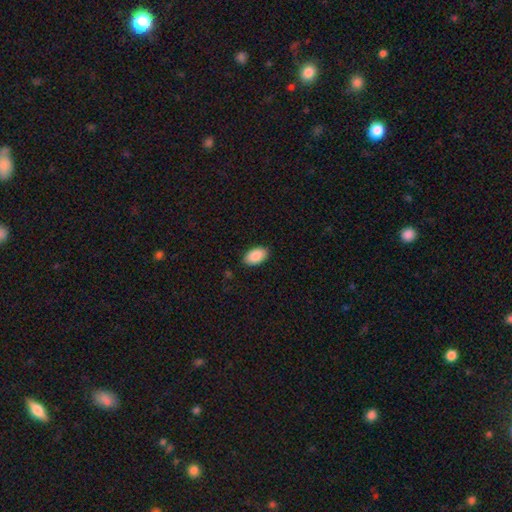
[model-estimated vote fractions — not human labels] A smooth galaxy with no disk features (89%) that is in between round and cigar-shaped (94%). Merging: none (87%).